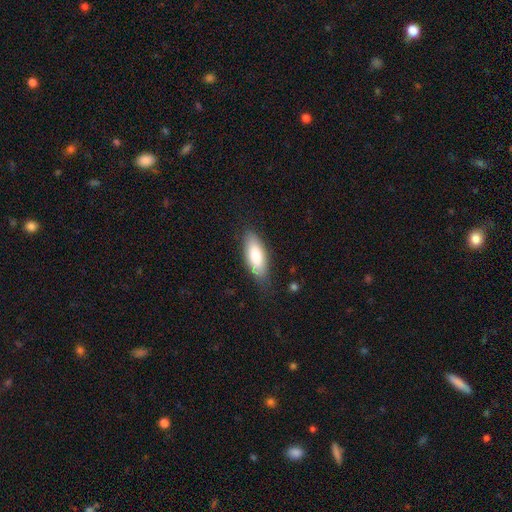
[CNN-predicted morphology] smooth-or-featured: smooth: 78% | featured or disk: 16% | star or artifact: 6%
  how-rounded: in between: 76% | cigar-shaped: 22% | round: 2%
  merging: none: 78% | minor disturbance: 17% | major disturbance: 4% | merger: 1%